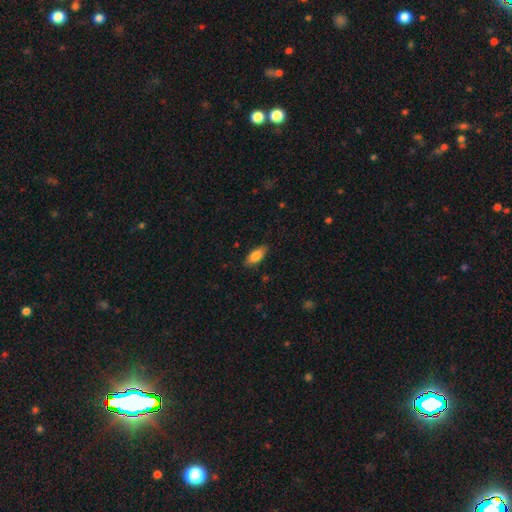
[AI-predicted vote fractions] Morphology: type=smooth (83%); roundness=in between (85%); merging=none (85%).